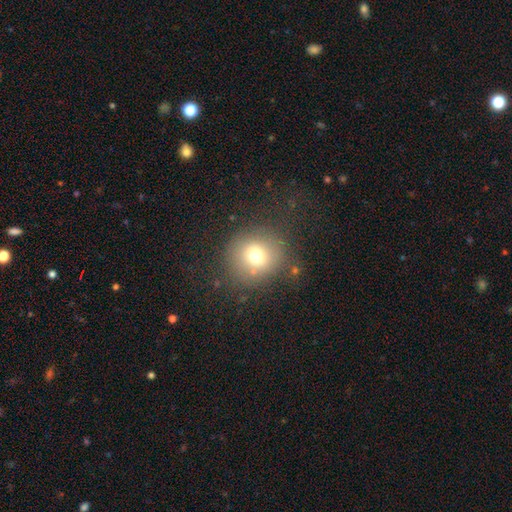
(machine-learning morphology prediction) This appears to be a smooth galaxy with no disk features (72%) that is round (86%). Merging: none (77%).